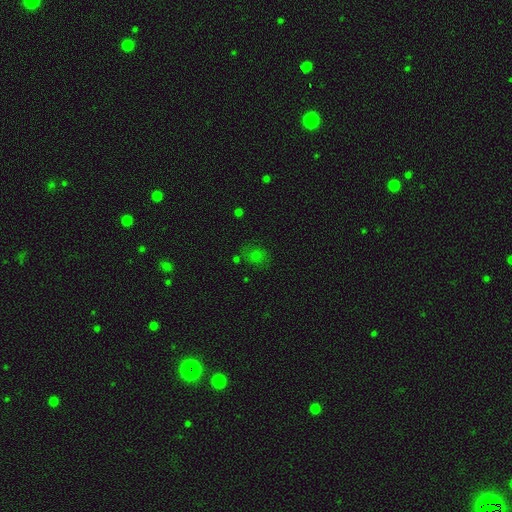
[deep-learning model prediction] Overall: smooth (62%; star or artifact 25%). How rounded: round (69%; in between 30%). Merging: none (72%).